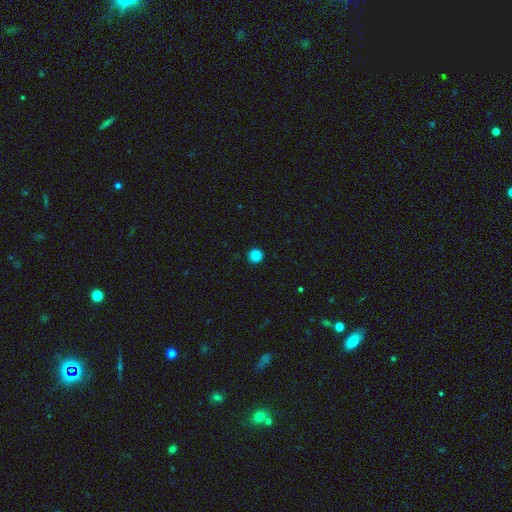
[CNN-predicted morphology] smooth_or_featured: smooth (p=0.86) [alt: star or artifact p=0.12]
how_rounded: round (p=0.94) [alt: in between p=0.05]
merging: none (p=0.91) [alt: minor disturbance p=0.06]